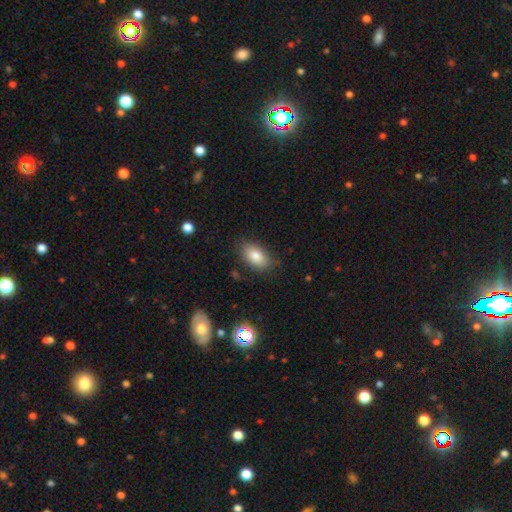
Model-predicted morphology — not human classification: type=smooth (81%); roundness=in between (90%); merging=none (82%).